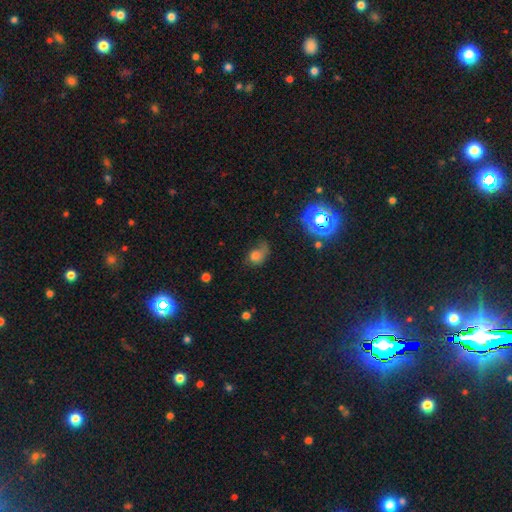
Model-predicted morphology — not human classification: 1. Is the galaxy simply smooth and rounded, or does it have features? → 67% smooth, 17% star or artifact, 16% featured or disk.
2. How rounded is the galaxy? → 55% in between, 43% round, 2% cigar-shaped.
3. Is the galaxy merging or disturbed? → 36% major disturbance, 30% none, 28% minor disturbance, 6% merger.